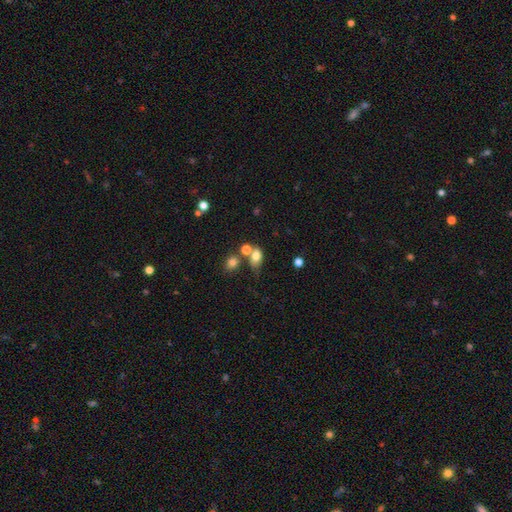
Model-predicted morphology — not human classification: smooth-or-featured: smooth: 75% | featured or disk: 13% | star or artifact: 12%
  how-rounded: in between: 72% | round: 25% | cigar-shaped: 2%
  merging: none: 40% | merger: 34% | minor disturbance: 17% | major disturbance: 9%